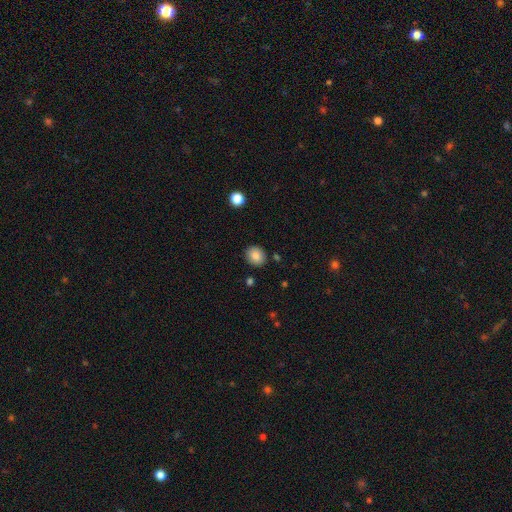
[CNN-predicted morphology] Overall: smooth (85%). How rounded: round (72%). Merging: none (87%).